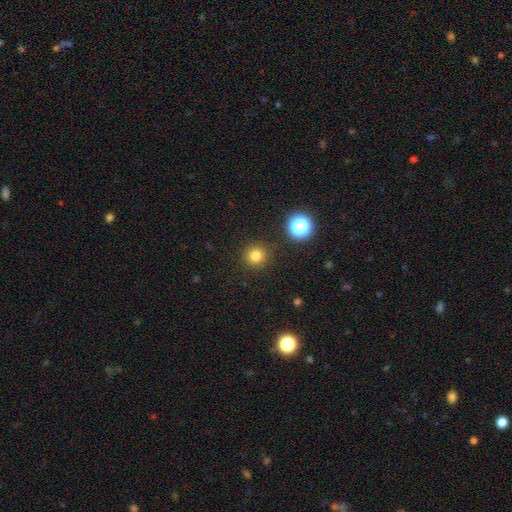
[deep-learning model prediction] Morphology: type=smooth (79%); roundness=round (94%); merging=none (89%).